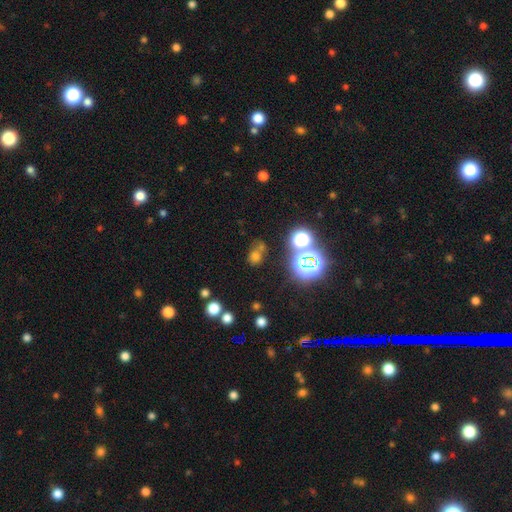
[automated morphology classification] A smooth galaxy with no disk features (47%). Merging: none (59%).